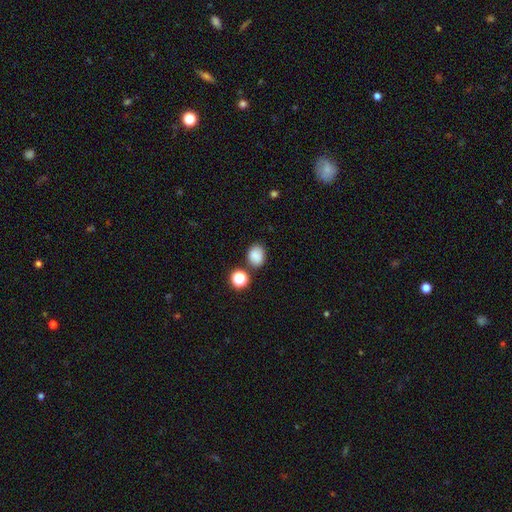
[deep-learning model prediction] Smooth or featured: smooth — 83% (star or artifact — 12%)
How rounded: in between — 55% (round — 44%)
Merging: none — 74% (minor disturbance — 14%)